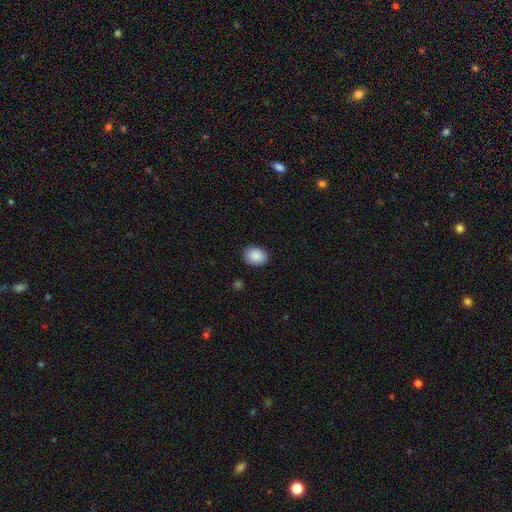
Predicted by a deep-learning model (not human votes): smooth 89%, star or artifact 7%, featured or disk 4%. Down the decision tree: how rounded — in between (68%); merging — none (87%).